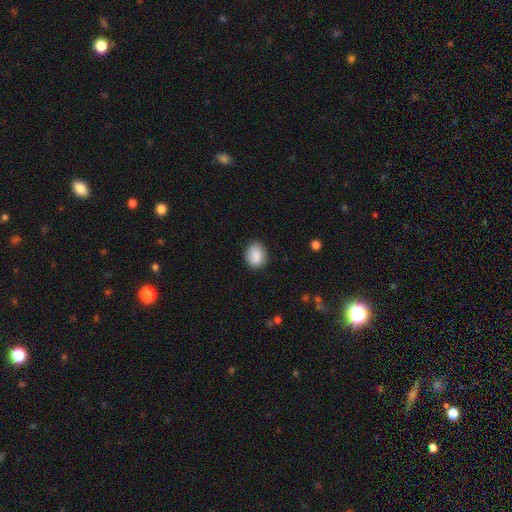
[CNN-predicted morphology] Q: Smooth or featured?
A: smooth (87%); runner-up: star or artifact (7%)
Q: How rounded?
A: round (53%); runner-up: in between (46%)
Q: Merging?
A: none (84%); runner-up: minor disturbance (12%)